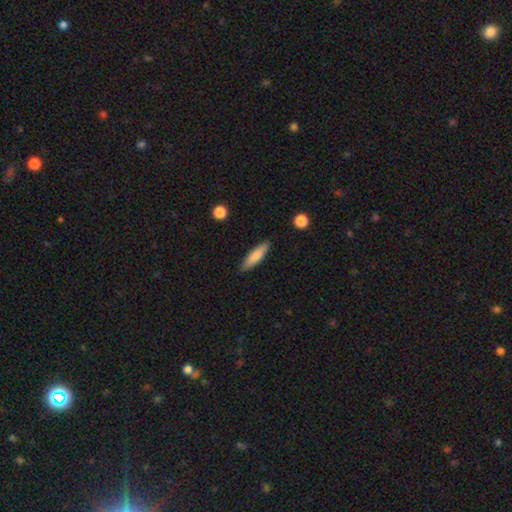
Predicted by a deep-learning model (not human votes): smooth 78%, featured or disk 17%, star or artifact 6%. Down the decision tree: how rounded — cigar-shaped (71%); merging — none (88%).